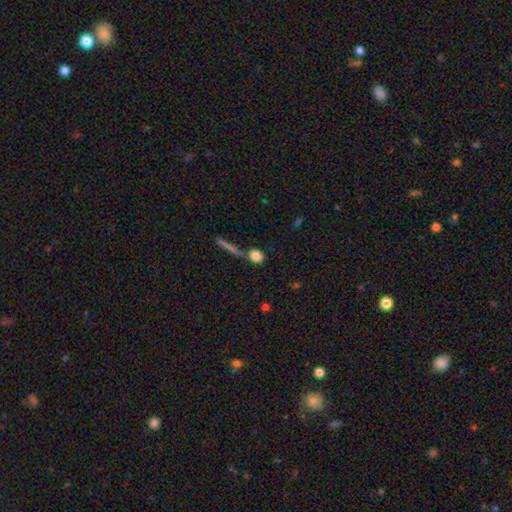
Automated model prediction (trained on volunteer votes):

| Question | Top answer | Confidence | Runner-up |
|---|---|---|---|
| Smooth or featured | smooth | 81% | star or artifact (10%) |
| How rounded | round | 69% | in between (23%) |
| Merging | none | 64% | merger (19%) |